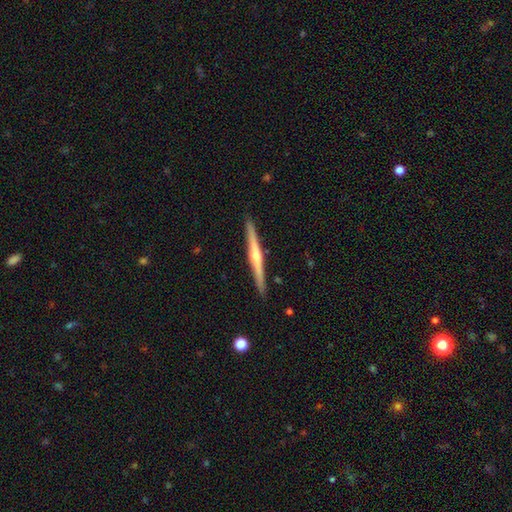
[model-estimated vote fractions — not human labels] Smooth or featured?
  - featured or disk: 78% *
  - smooth: 18%
  - star or artifact: 5%
Edge-on disk?
  - yes: 98% *
  - no: 2%
Edge-on bulge?
  - rounded: 86% *
  - none: 10%
  - boxy: 4%
Merging?
  - none: 92% *
  - minor disturbance: 5%
  - major disturbance: 1%
  - merger: 1%